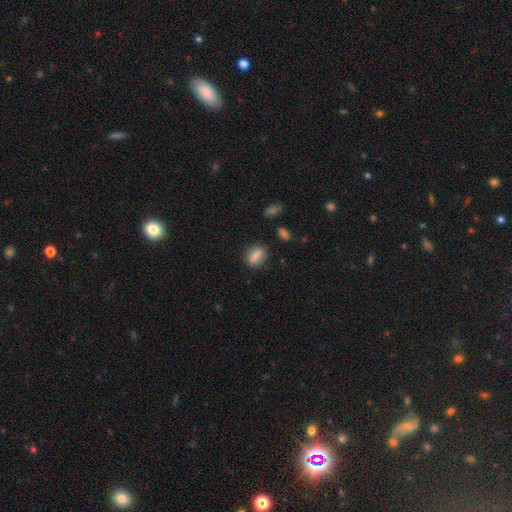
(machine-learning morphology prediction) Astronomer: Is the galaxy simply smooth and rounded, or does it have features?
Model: smooth — 81%.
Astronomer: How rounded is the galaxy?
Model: in between — 68%.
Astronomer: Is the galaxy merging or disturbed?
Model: none — 83%.